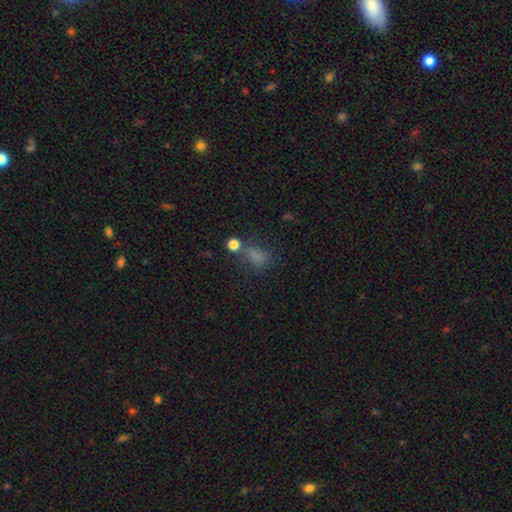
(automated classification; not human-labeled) Smooth or featured? smooth (68%)
How rounded? in between (67%)
Merging? none (51%)